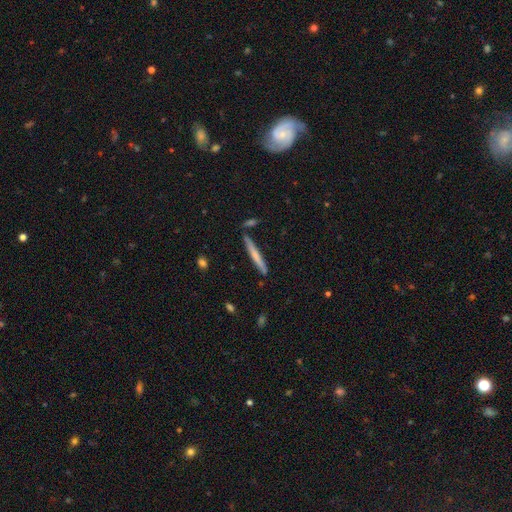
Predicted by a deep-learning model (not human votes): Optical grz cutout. It shows a smooth galaxy with no disk features (59%) that is cigar-shaped (96%). Merging: none (85%).